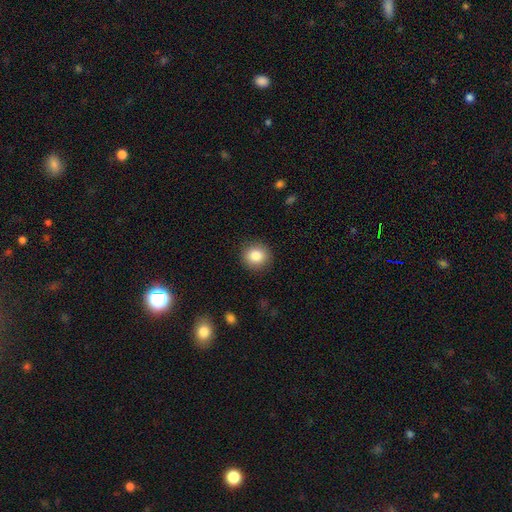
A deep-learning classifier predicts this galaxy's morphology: The model was most divided on "smooth or featured": smooth: 84%, star or artifact: 9%, featured or disk: 7%. More confident: merging — none (90%); how rounded — round (89%).